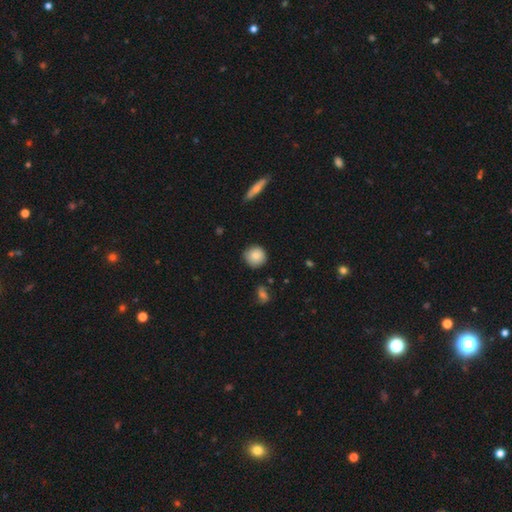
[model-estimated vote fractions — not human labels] The model was most divided on "merging": none: 83%, minor disturbance: 13%, major disturbance: 2%, merger: 2%. More confident: how rounded — round (91%); smooth or featured — smooth (85%).